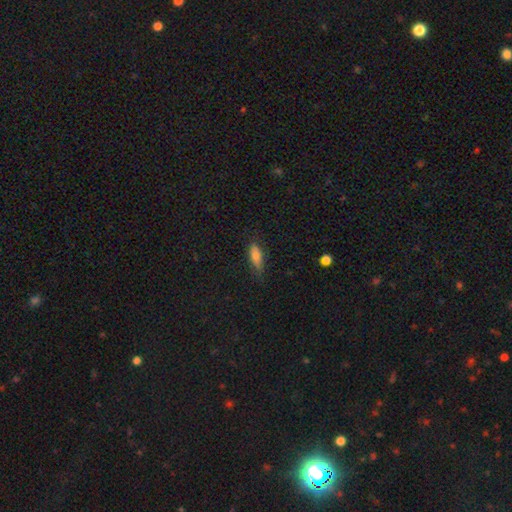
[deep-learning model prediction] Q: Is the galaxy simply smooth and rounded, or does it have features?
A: smooth — 75%.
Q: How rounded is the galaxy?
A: in between — 63%.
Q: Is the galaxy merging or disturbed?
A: none — 72%.